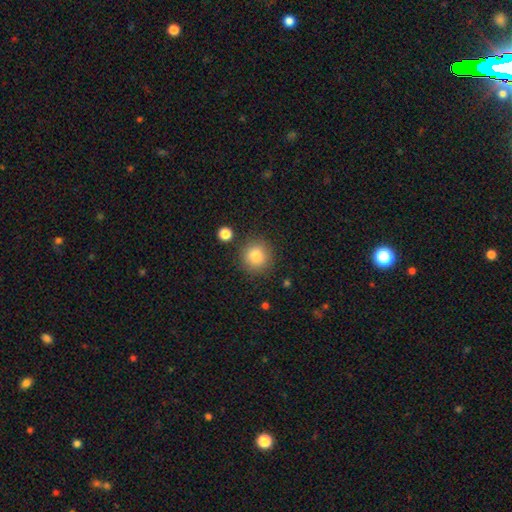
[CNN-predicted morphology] This is clearly a smooth galaxy (83%). How rounded: clearly round (93%). Merging: clearly none (85%).